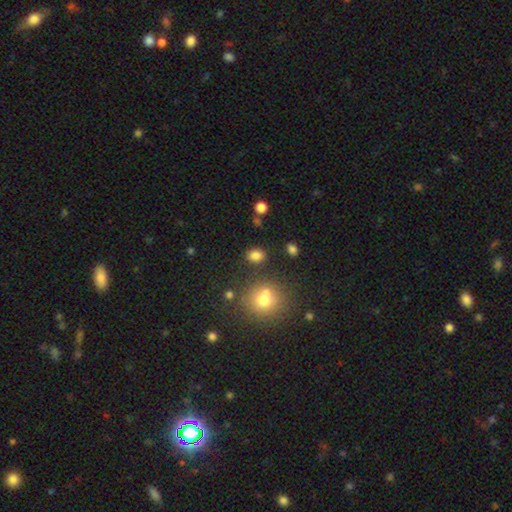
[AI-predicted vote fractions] Smooth or featured? smooth (81%)
How rounded? in between (64%)
Merging? none (80%)